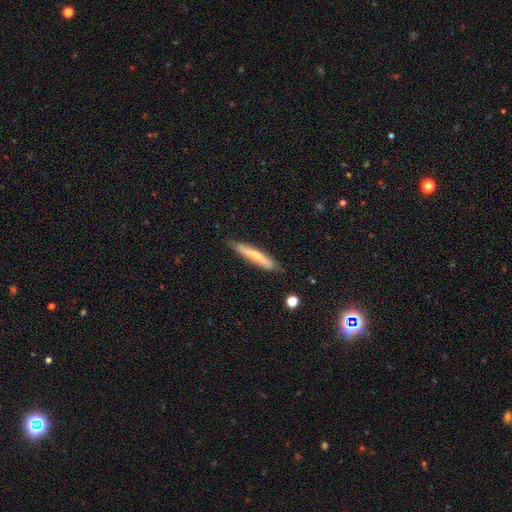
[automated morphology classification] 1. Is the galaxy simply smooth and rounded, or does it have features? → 47% featured or disk, 46% smooth, 6% star or artifact.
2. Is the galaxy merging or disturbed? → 79% none, 17% minor disturbance, 3% major disturbance, 2% merger.